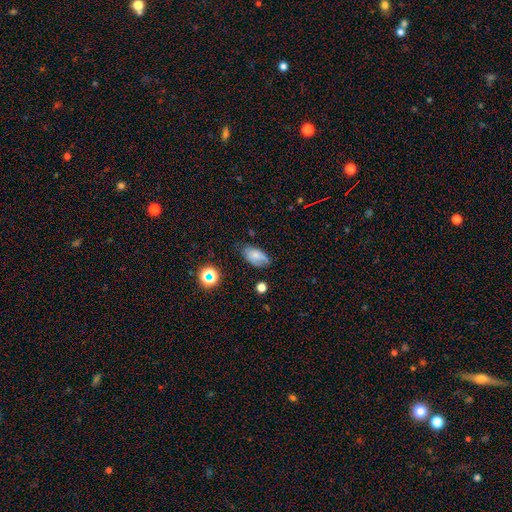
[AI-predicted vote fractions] Overall: smooth (66%). How rounded: in between (91%). Merging: none (62%; minor disturbance 29%).